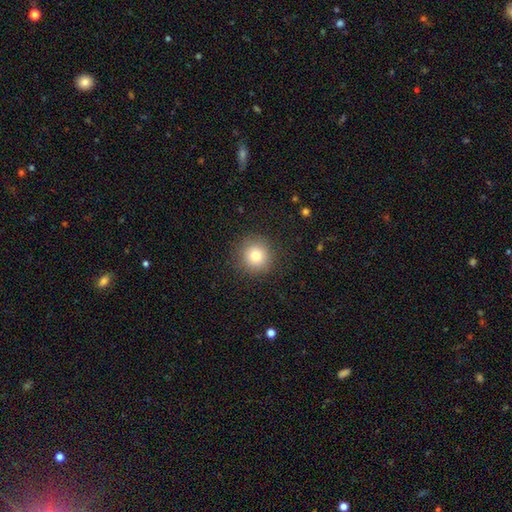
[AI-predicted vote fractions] Overall: smooth (78%). How rounded: round (95%). Merging: none (90%).